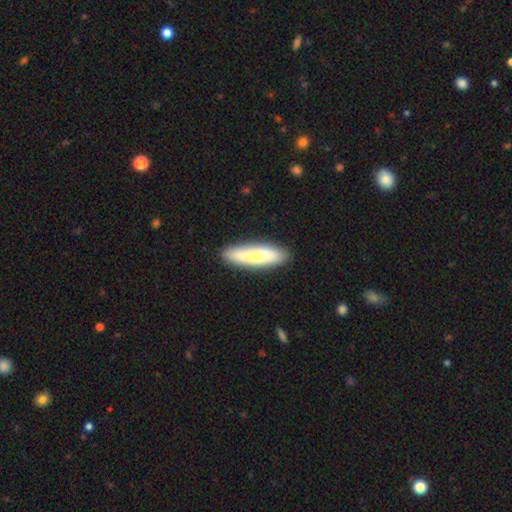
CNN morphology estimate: The model was most divided on "how rounded": cigar-shaped: 72%, in between: 26%, round: 2%. More confident: merging — none (86%); smooth or featured — smooth (70%).